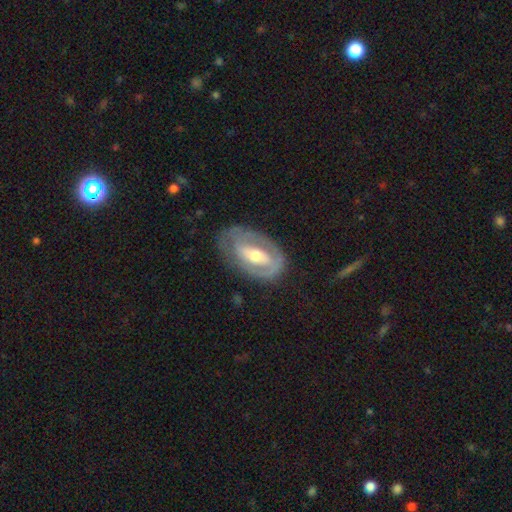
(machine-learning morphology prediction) The model was most divided on "bar": strong: 41%, weak: 32%, no: 27%. More confident: edge-on disk — no (93%); smooth or featured — featured or disk (72%); merging — none (67%); bulge size — moderate (63%); spiral arms — yes (61%).